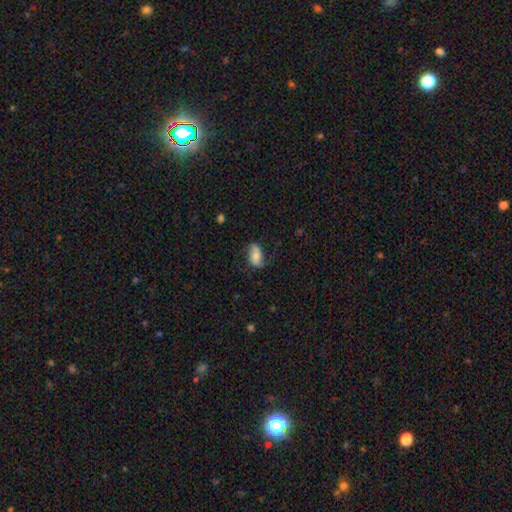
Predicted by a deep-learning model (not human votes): Smooth or featured? featured or disk (47%)
Merging? none (64%)